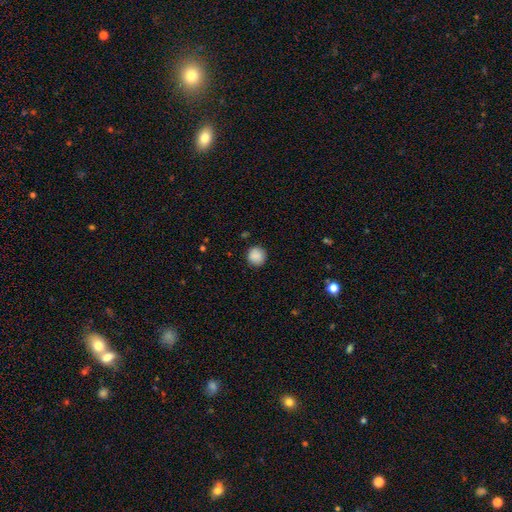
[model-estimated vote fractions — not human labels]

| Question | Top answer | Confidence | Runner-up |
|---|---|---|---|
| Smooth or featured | smooth | 88% | star or artifact (8%) |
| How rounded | round | 90% | in between (9%) |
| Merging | none | 88% | minor disturbance (8%) |